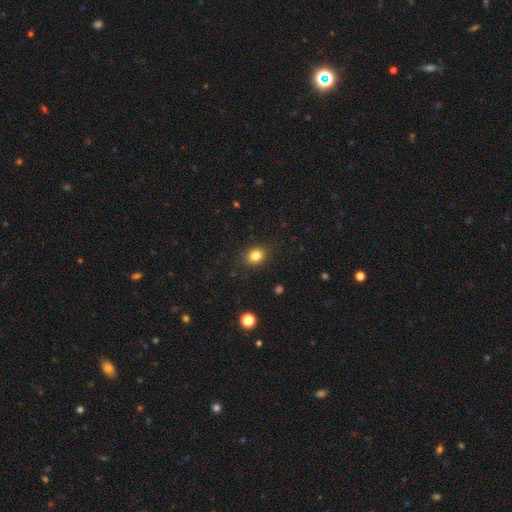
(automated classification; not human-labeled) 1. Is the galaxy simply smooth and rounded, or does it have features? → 83% smooth, 11% star or artifact, 6% featured or disk.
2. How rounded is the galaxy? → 53% in between, 47% round, 1% cigar-shaped.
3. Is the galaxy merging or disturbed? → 88% none, 9% minor disturbance, 3% major disturbance, 1% merger.